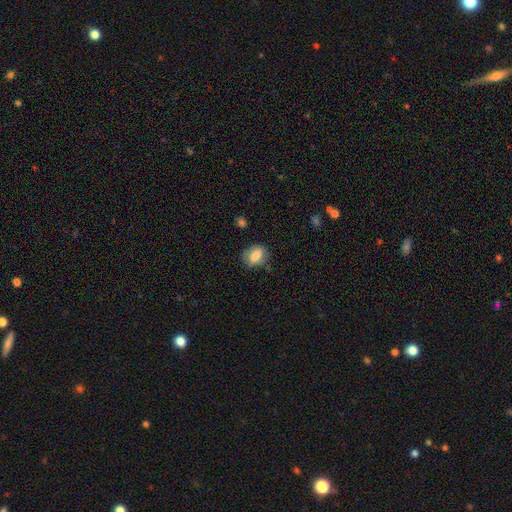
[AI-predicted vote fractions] A smooth galaxy with no disk features (67%) that is in between round and cigar-shaped (76%).

Vote fractions:
- Smooth or featured? smooth: 67% / featured or disk: 25% / star or artifact: 8%
- How rounded? in between: 76% / round: 22% / cigar-shaped: 2%
- Merging? none: 69% / minor disturbance: 22% / major disturbance: 7% / merger: 2%